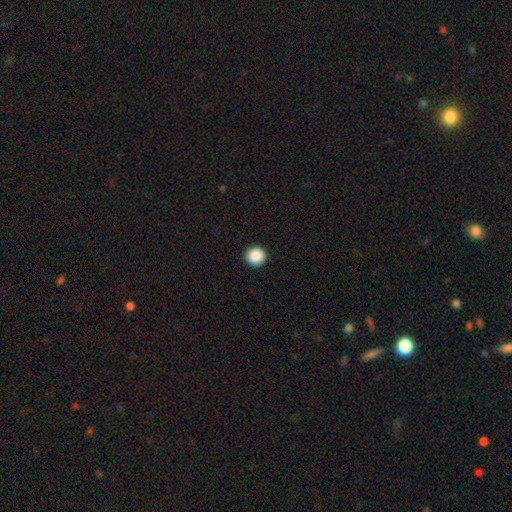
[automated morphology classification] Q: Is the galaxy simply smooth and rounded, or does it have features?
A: smooth — 89%.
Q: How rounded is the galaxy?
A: round — 94%.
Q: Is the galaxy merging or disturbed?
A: none — 93%.